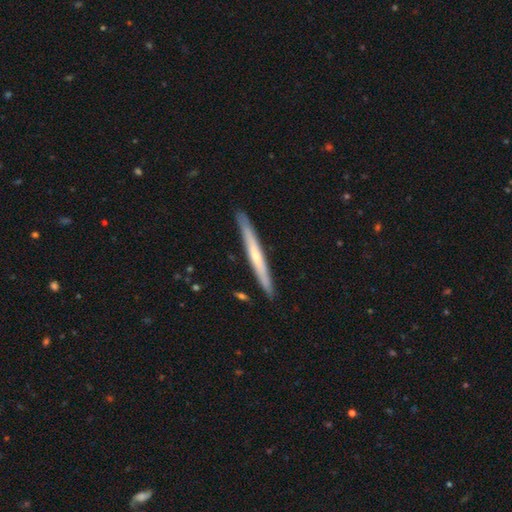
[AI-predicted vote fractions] featured or disk 63%, smooth 31%, star or artifact 7%. Down the decision tree: edge-on disk — yes (96%); edge-on bulge — rounded (54%); merging — none (89%).